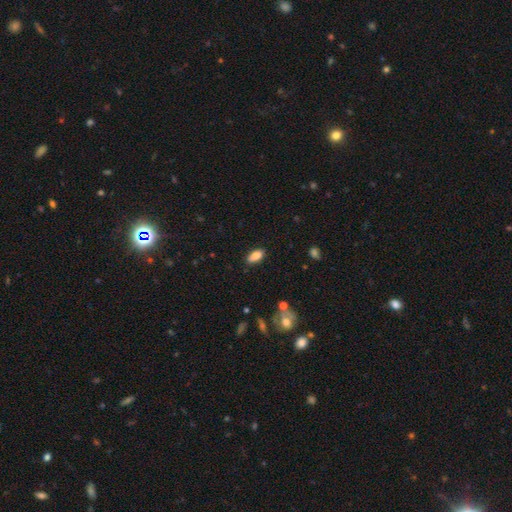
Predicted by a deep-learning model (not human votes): A smooth galaxy with no disk features (83%) that is in between round and cigar-shaped (87%).

Vote fractions:
- Smooth or featured? smooth: 83% / featured or disk: 9% / star or artifact: 8%
- How rounded? in between: 87% / cigar-shaped: 10% / round: 3%
- Merging? none: 85% / minor disturbance: 11% / major disturbance: 2% / merger: 2%